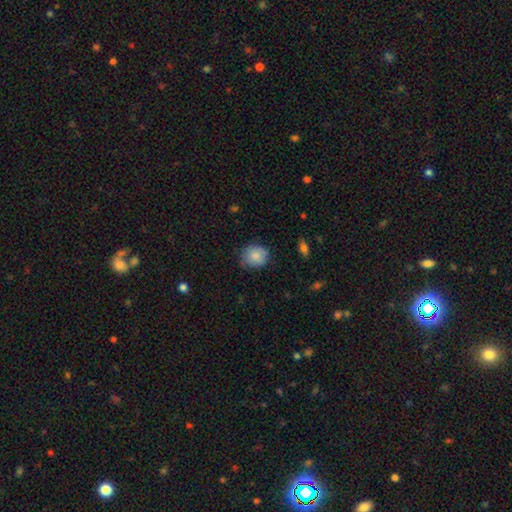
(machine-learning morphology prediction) type=smooth (84%); roundness=round (74%); merging=none (74%).